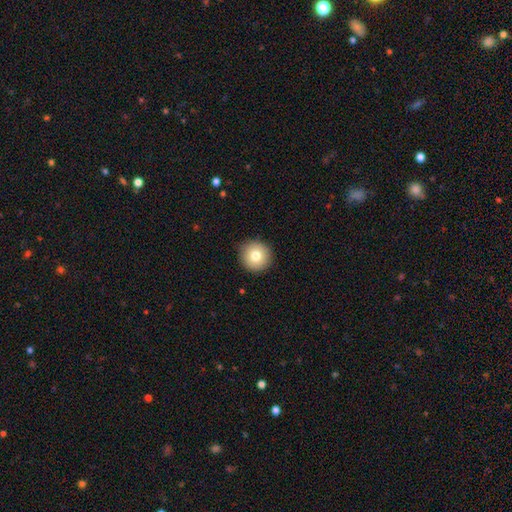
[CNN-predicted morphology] Smooth or featured? smooth (78%)
How rounded? round (95%)
Merging? none (90%)